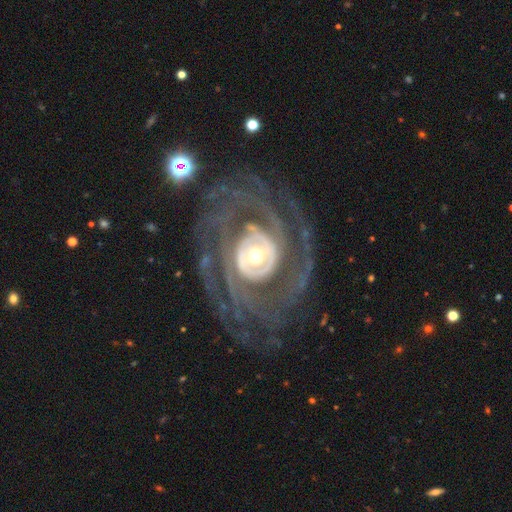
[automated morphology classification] The model was most divided on "spiral arm count": can't tell: 28%, 2: 21%, 3: 16%, more than 4: 13%, 4: 13%, 1: 9%. More confident: edge-on disk — no (97%); spiral arms — yes (95%); smooth or featured — featured or disk (91%); spiral winding — tight (69%); merging — none (69%); bulge size — moderate (62%); bar — no (56%).